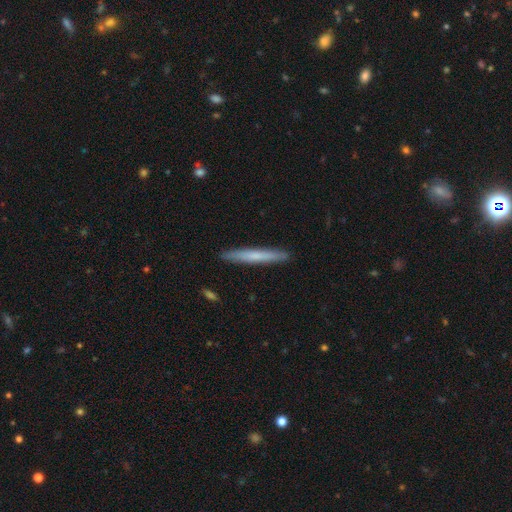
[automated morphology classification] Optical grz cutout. It shows a smooth galaxy with no disk features (61%) that is cigar-shaped (96%). Merging: none (92%).